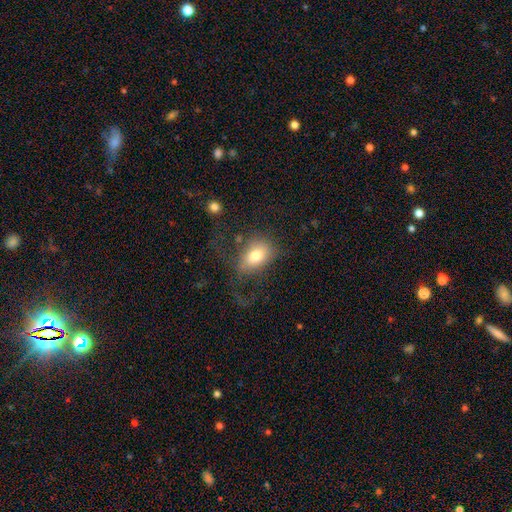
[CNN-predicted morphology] Overall: smooth (75%). How rounded: in between (84%). Merging: none (43%; major disturbance 32%).